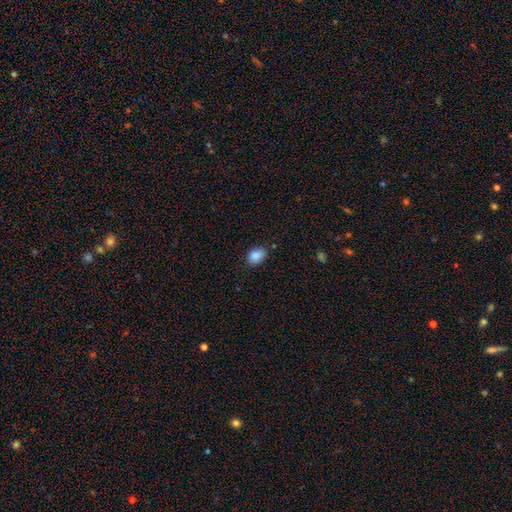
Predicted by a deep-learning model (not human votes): smooth_or_featured: smooth (p=0.88) [alt: star or artifact p=0.08]
how_rounded: in between (p=0.76) [alt: round p=0.23]
merging: none (p=0.80) [alt: minor disturbance p=0.16]